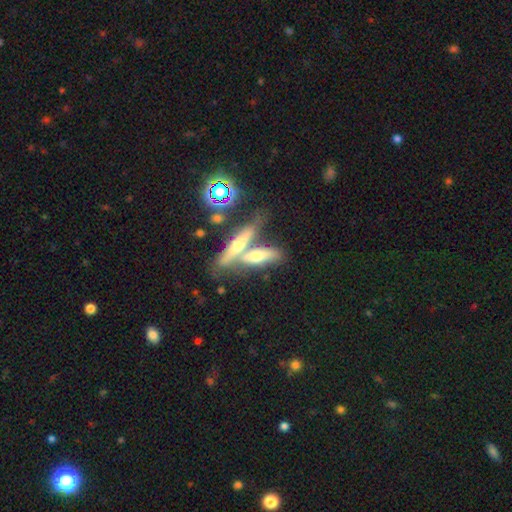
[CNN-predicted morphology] Smooth or featured? Predicted: featured or disk (p=0.45). Merging? Predicted: merger (p=0.50).